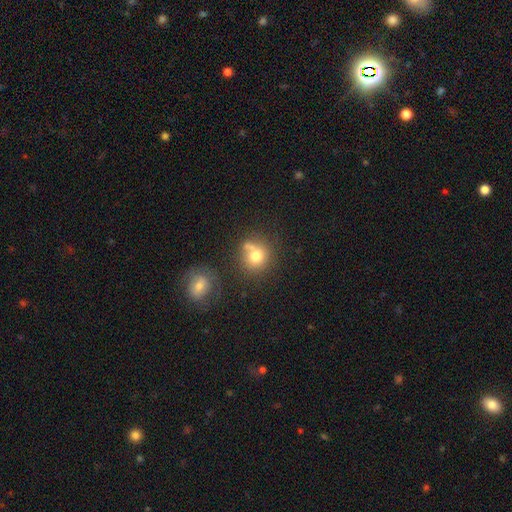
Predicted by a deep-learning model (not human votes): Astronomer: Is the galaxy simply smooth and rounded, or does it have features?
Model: smooth — 75%.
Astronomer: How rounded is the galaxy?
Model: round — 84%.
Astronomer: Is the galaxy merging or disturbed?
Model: none — 52% (runner-up: merger, 27%).